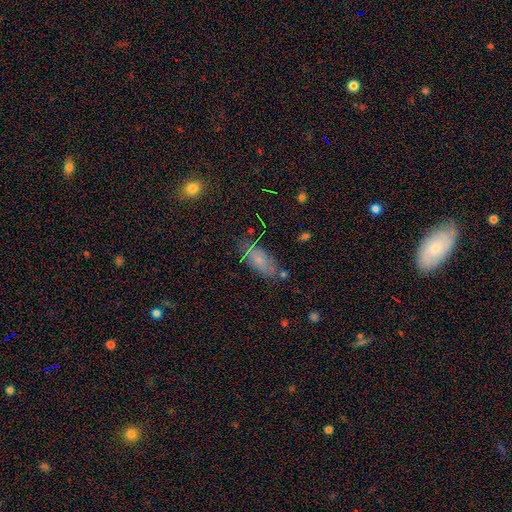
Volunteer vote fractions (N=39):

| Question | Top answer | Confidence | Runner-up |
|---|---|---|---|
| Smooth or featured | smooth | 72% | featured or disk (21%) |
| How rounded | in between | 93% | cigar-shaped (7%) |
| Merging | none | 86% | minor disturbance (14%) |